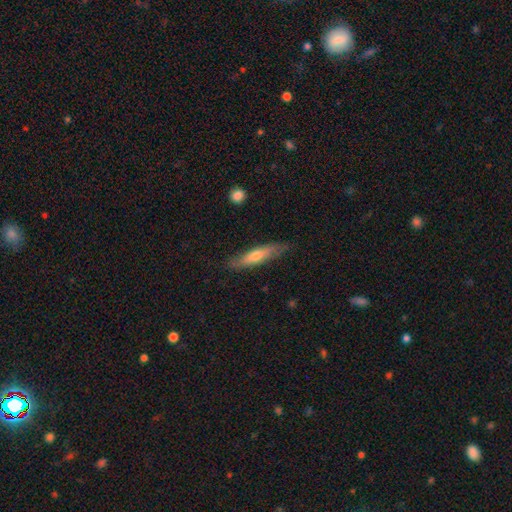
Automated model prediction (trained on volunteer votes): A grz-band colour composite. It shows a smooth galaxy with no disk features (48%). Merging: none (83%).